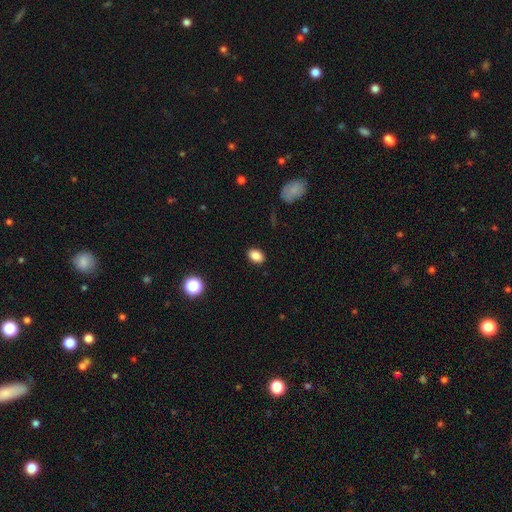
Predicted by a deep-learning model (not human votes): smooth_or_featured: smooth (p=0.86) [alt: star or artifact p=0.10]
how_rounded: in between (p=0.79) [alt: round p=0.20]
merging: none (p=0.89) [alt: minor disturbance p=0.08]